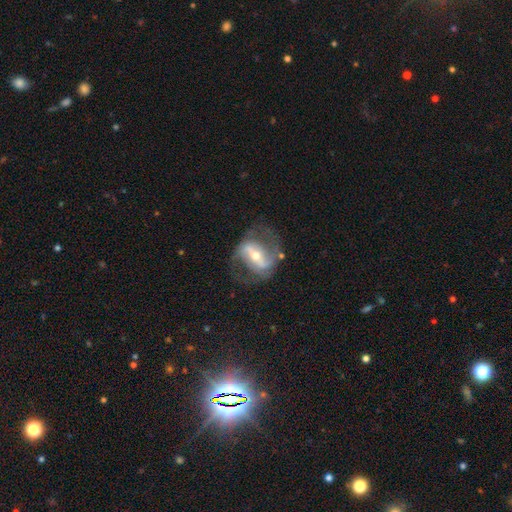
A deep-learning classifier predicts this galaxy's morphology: type=featured or disk (83%); edge-on=no (95%); bar=strong (57%); spiral arms=yes (89%); winding=medium (47%); arm count=2 (86%); bulge=moderate (50%); merging=none (64%).